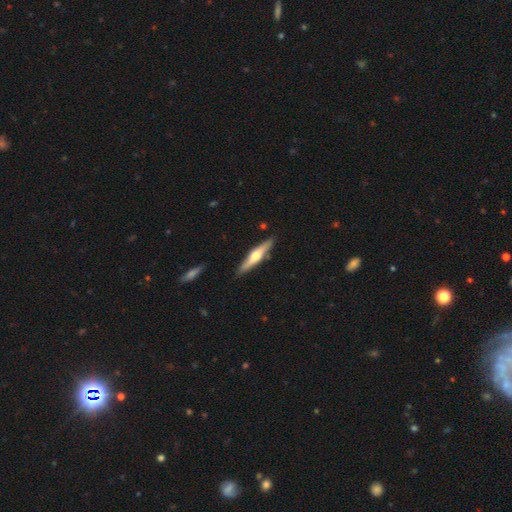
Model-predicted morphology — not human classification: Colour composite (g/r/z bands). It shows a featured or disk galaxy (59%) viewed edge-on (95%) with a rounded central bulge (92%). Merging: none (87%).